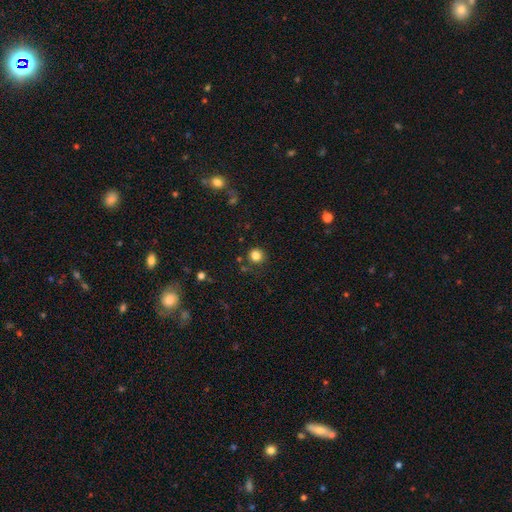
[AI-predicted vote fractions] smooth_or_featured: smooth (p=0.83) [alt: star or artifact p=0.12]
how_rounded: round (p=0.90) [alt: in between p=0.09]
merging: none (p=0.82) [alt: minor disturbance p=0.10]